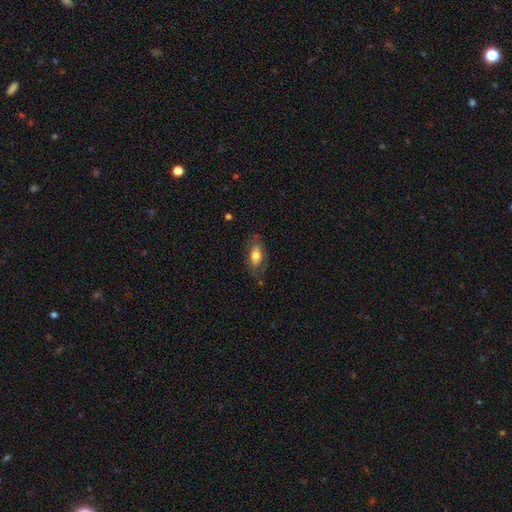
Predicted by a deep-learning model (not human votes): Smooth or featured? smooth (68%)
How rounded? in between (87%)
Merging? none (67%)